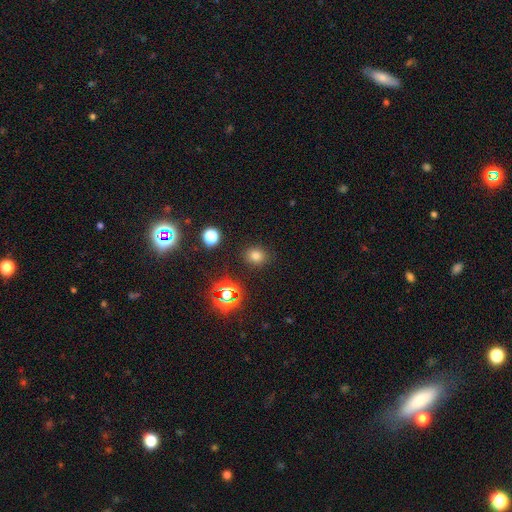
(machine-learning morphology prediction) The model was most divided on "how rounded": round: 72%, in between: 27%, cigar-shaped: 1%. More confident: merging — none (87%); smooth or featured — smooth (73%).